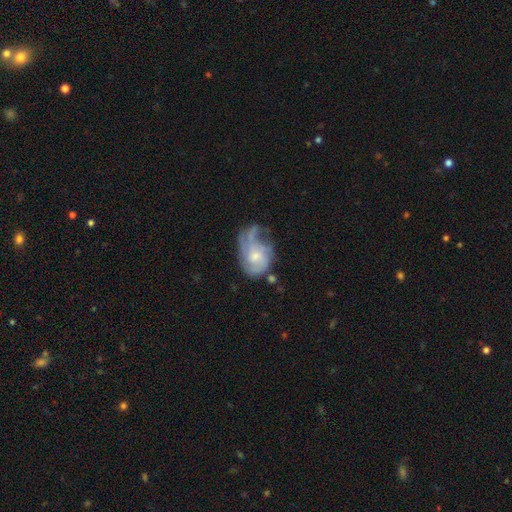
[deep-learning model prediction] A featured or disk galaxy (62%) with no bar (73%), spiral arms (70%) and a small central bulge (47%). Merging: major disturbance (39%).